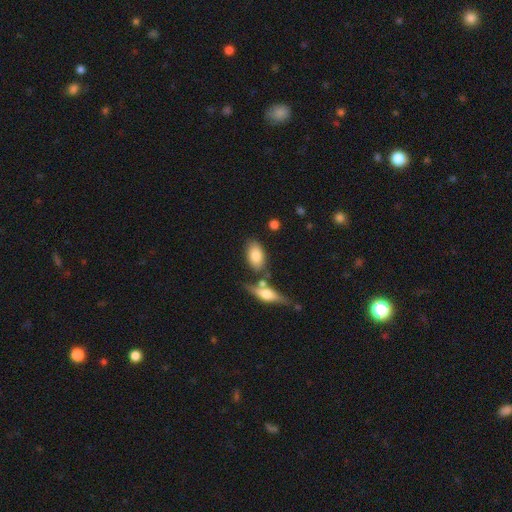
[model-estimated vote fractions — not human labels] smooth 79%, featured or disk 14%, star or artifact 7%. Down the decision tree: how rounded — in between (90%); merging — none (68%).